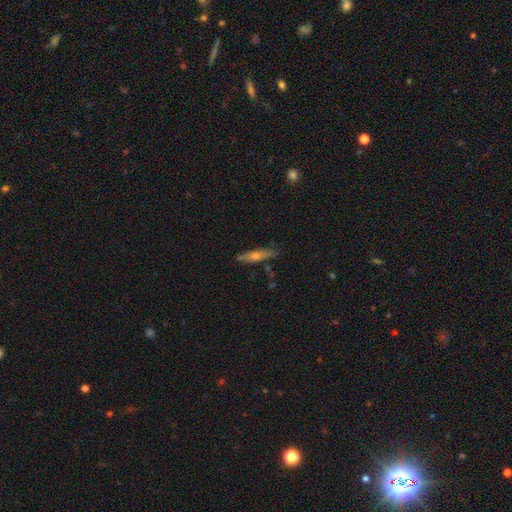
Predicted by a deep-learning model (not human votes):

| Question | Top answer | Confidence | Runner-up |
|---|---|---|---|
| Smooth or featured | featured or disk | 54% | smooth (39%) |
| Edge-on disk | yes | 88% | no (12%) |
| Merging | none | 83% | minor disturbance (13%) |